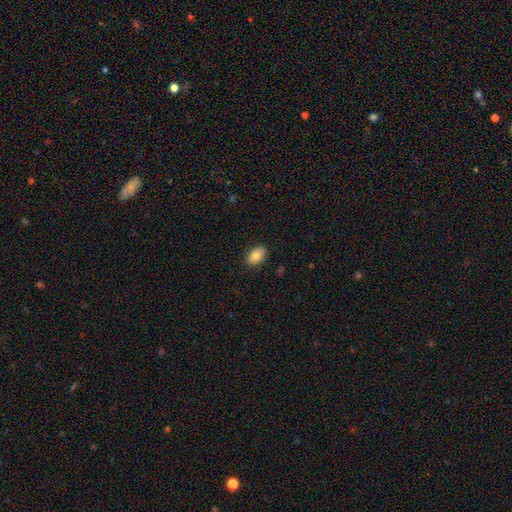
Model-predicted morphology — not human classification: A smooth galaxy with no disk features (84%) that is in between round and cigar-shaped (87%). Merging: none (86%).